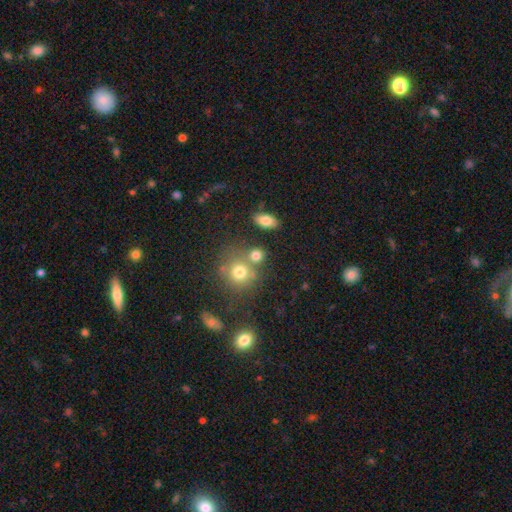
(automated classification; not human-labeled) Morphology: type=smooth (75%); roundness=round (73%); merging=none (60%).